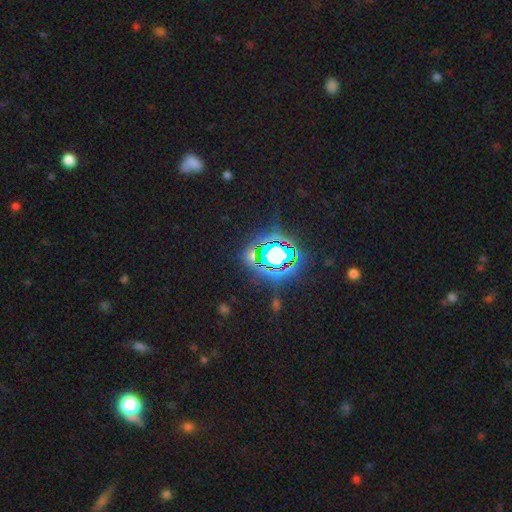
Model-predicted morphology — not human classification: A star or artifact, not a galaxy (74%).

Vote fractions:
- Smooth or featured? star or artifact: 74% / smooth: 14% / featured or disk: 12%